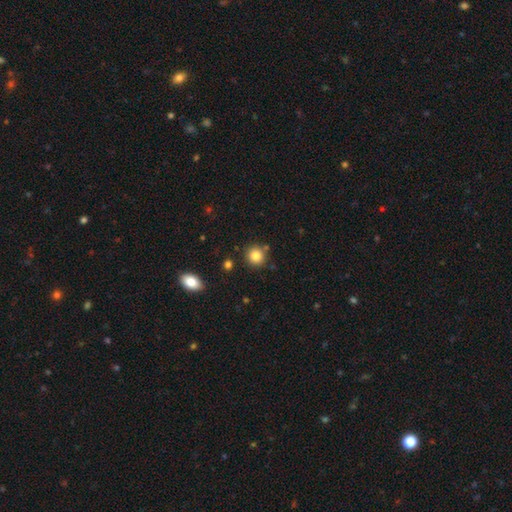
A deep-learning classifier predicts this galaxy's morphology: The model was most divided on "smooth or featured": smooth: 85%, star or artifact: 10%, featured or disk: 5%. More confident: how rounded — round (89%); merging — none (83%).